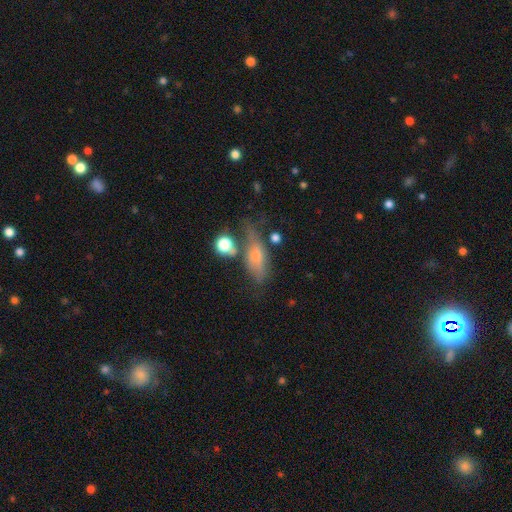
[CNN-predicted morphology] Smooth or featured? Predicted: smooth (p=0.54). How rounded? Predicted: in between (p=0.57). Merging? Predicted: none (p=0.46).